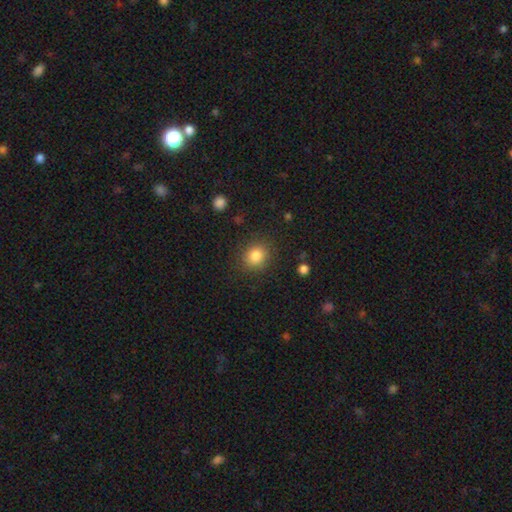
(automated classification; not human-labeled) Smooth or featured? smooth (84%)
How rounded? round (78%)
Merging? none (85%)